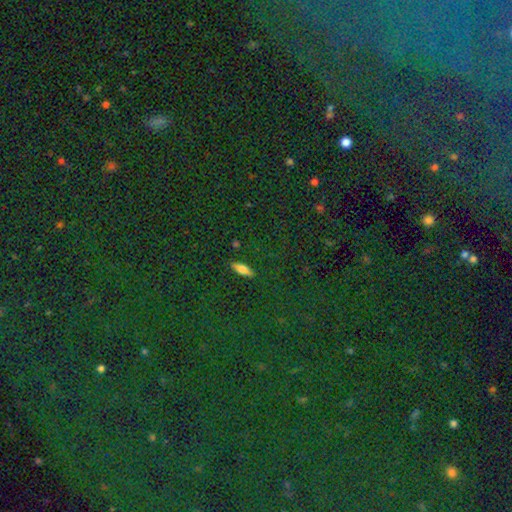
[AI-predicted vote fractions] smooth-or-featured: star or artifact: 81% | smooth: 10% | featured or disk: 9%